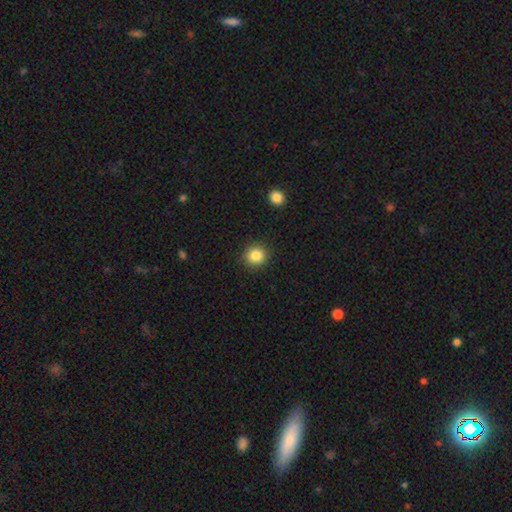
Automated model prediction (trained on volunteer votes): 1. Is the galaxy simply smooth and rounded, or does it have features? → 85% smooth, 10% star or artifact, 5% featured or disk.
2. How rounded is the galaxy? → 90% round, 9% in between, 1% cigar-shaped.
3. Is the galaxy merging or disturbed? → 90% none, 6% minor disturbance, 2% major disturbance, 1% merger.